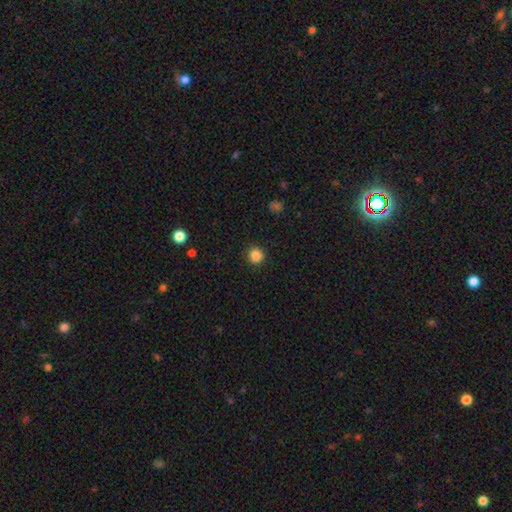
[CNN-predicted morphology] A smooth galaxy with no disk features (86%) that is round (90%).

Vote fractions:
- Smooth or featured? smooth: 86% / star or artifact: 11% / featured or disk: 3%
- How rounded? round: 90% / in between: 9% / cigar-shaped: 1%
- Merging? none: 90% / minor disturbance: 7% / major disturbance: 2% / merger: 1%